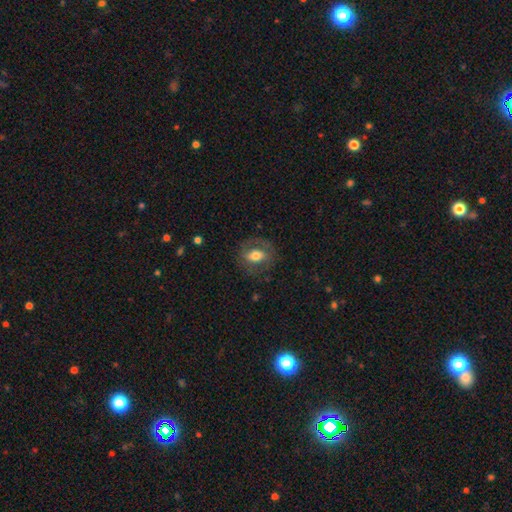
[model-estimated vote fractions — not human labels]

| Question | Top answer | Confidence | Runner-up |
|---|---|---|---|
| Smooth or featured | smooth | 54% | featured or disk (38%) |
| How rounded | in between | 59% | round (38%) |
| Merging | none | 72% | minor disturbance (16%) |